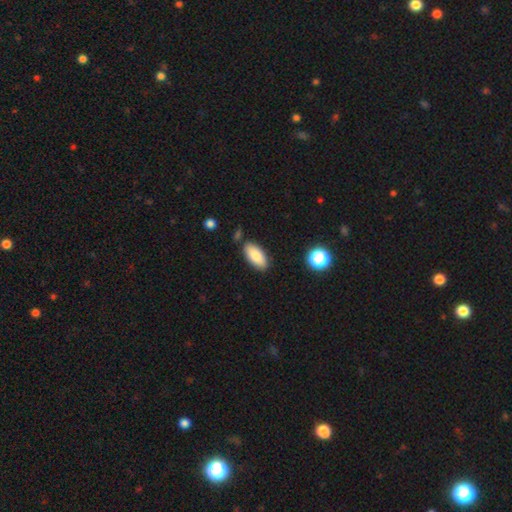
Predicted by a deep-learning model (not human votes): Morphology: type=smooth (83%); roundness=in between (89%); merging=none (82%).